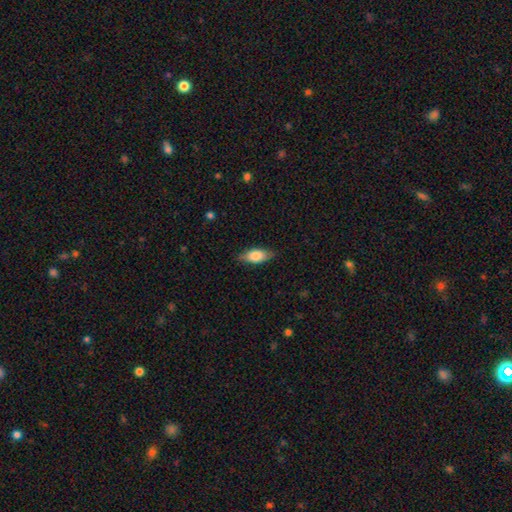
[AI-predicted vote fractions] This appears to be a smooth galaxy with no disk features (76%) that is in between round and cigar-shaped (83%). Merging: none (83%).